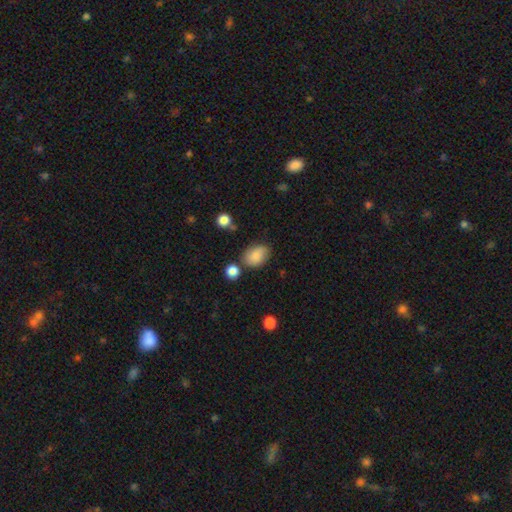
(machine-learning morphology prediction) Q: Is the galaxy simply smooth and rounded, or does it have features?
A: smooth — 84%.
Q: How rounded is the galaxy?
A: in between — 79%.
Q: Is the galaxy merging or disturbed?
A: none — 67%.